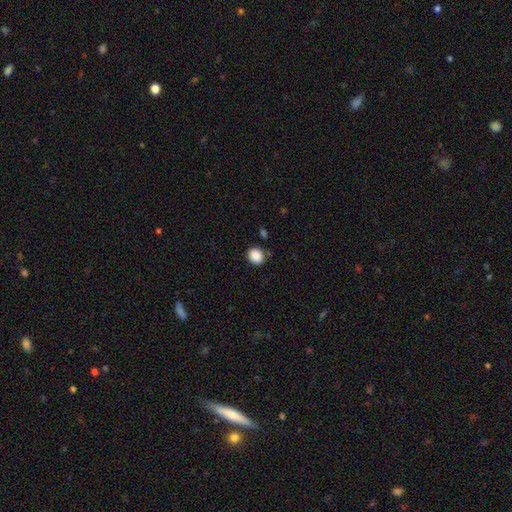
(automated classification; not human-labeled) A smooth galaxy with no disk features (89%) that is round (74%). Merging: none (84%).